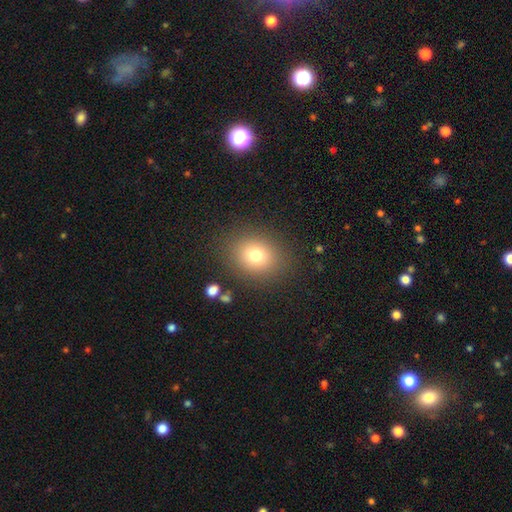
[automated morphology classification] smooth_or_featured: smooth (p=0.76) [alt: star or artifact p=0.13]
how_rounded: round (p=0.60) [alt: in between p=0.39]
merging: none (p=0.85) [alt: minor disturbance p=0.09]